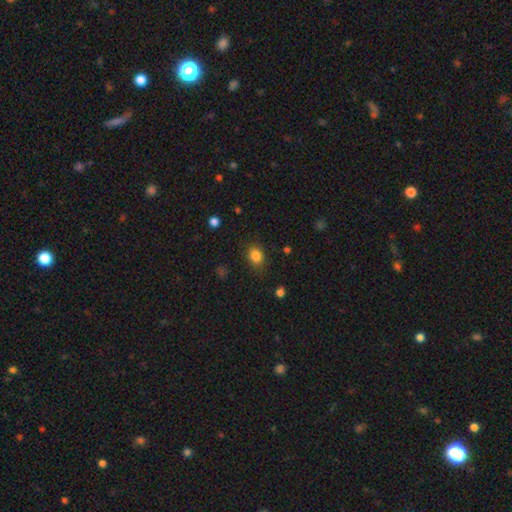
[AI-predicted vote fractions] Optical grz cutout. It shows a smooth galaxy with no disk features (84%) that is round (53%). Merging: none (83%).